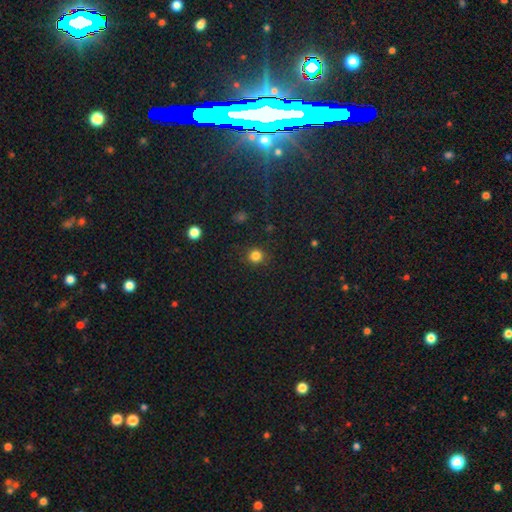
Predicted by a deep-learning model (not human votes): smooth_or_featured: smooth (p=0.83) [alt: star or artifact p=0.13]
how_rounded: round (p=0.88) [alt: in between p=0.11]
merging: none (p=0.87) [alt: minor disturbance p=0.09]